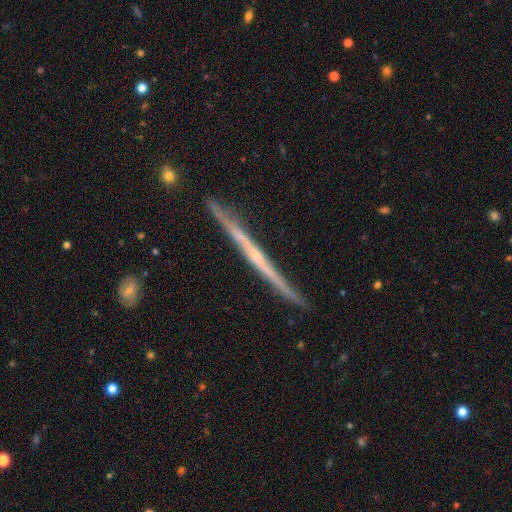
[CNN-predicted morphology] Overall: featured or disk (74%). Edge-on disk: yes (98%). Edge-on bulge: none (72%). Merging: none (89%).